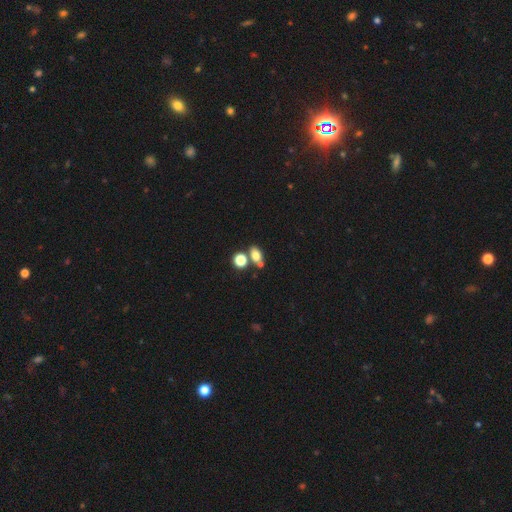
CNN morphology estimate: smooth-or-featured: smooth: 76% | star or artifact: 13% | featured or disk: 10%
  how-rounded: in between: 72% | round: 25% | cigar-shaped: 3%
  merging: none: 55% | merger: 28% | minor disturbance: 12% | major disturbance: 5%